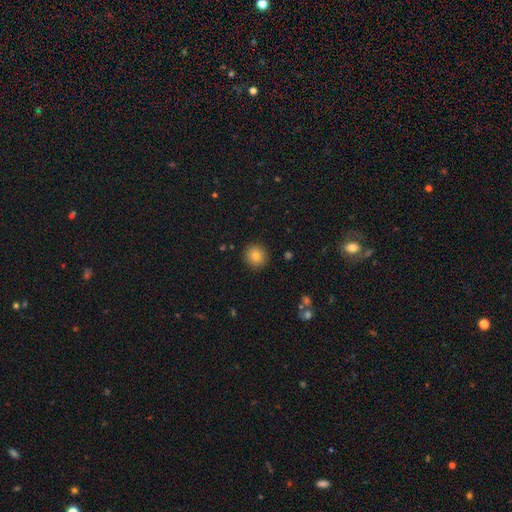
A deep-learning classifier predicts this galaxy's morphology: A smooth galaxy with no disk features (83%) that is round (90%).

Vote fractions:
- Smooth or featured? smooth: 83% / star or artifact: 10% / featured or disk: 7%
- How rounded? round: 90% / in between: 9% / cigar-shaped: 1%
- Merging? none: 91% / minor disturbance: 6% / major disturbance: 2% / merger: 1%